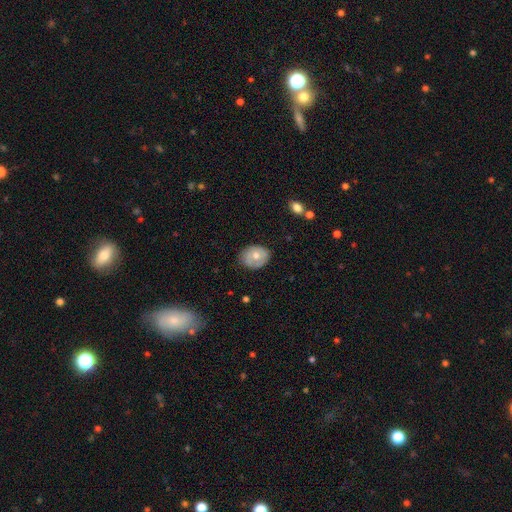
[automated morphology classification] This appears to be a smooth galaxy with no disk features (55%) that is in between round and cigar-shaped (51%). Merging: none (74%).